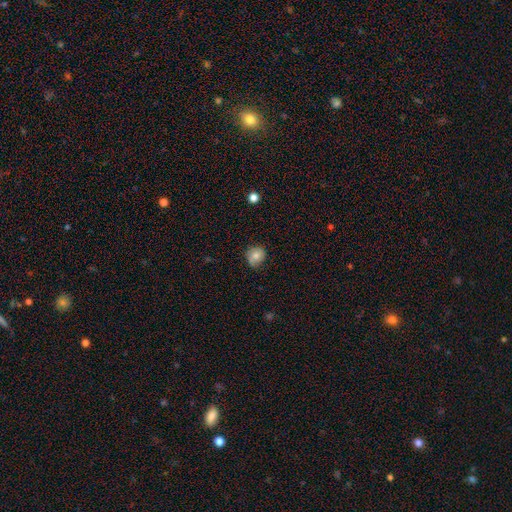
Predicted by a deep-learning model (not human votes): smooth_or_featured: smooth (p=0.72) [alt: featured or disk p=0.18]
how_rounded: round (p=0.80) [alt: in between p=0.19]
merging: none (p=0.71) [alt: minor disturbance p=0.23]